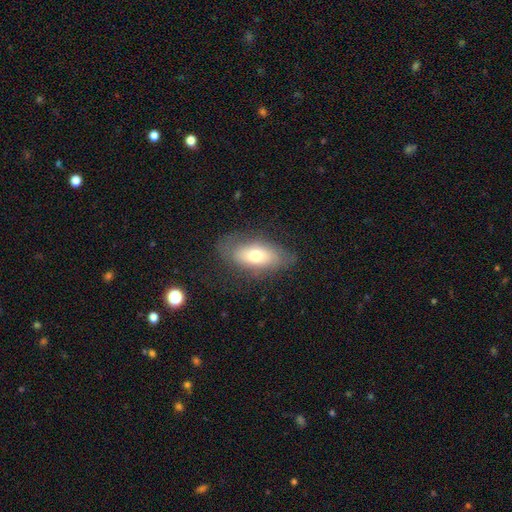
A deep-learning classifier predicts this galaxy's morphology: smooth-or-featured: smooth: 61% | featured or disk: 30% | star or artifact: 8%
  how-rounded: in between: 84% | cigar-shaped: 10% | round: 6%
  merging: none: 66% | minor disturbance: 22% | major disturbance: 10% | merger: 1%